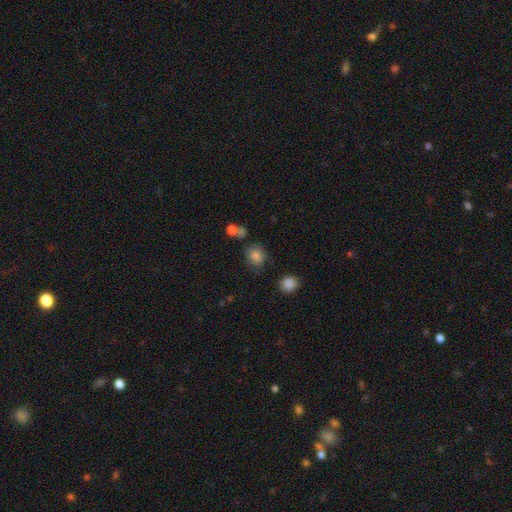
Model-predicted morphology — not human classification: smooth-or-featured: smooth: 82% | star or artifact: 11% | featured or disk: 7%
  how-rounded: round: 66% | in between: 33% | cigar-shaped: 1%
  merging: none: 66% | minor disturbance: 20% | merger: 7% | major disturbance: 6%